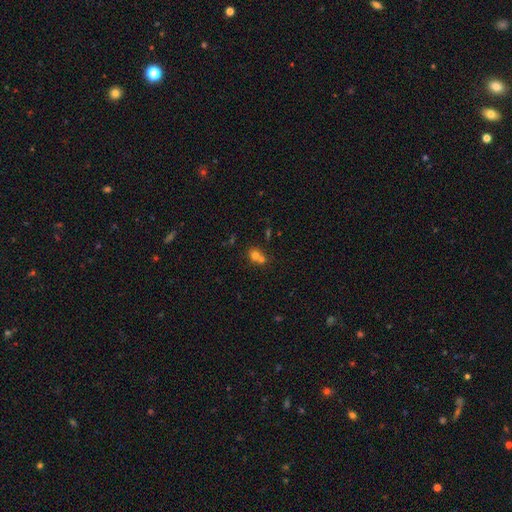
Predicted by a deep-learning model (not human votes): A smooth galaxy with no disk features (67%) that is round (79%).

Vote fractions:
- Smooth or featured? smooth: 67% / star or artifact: 17% / featured or disk: 16%
- How rounded? round: 79% / in between: 20% / cigar-shaped: 1%
- Merging? merger: 55% / none: 36% / minor disturbance: 6% / major disturbance: 3%